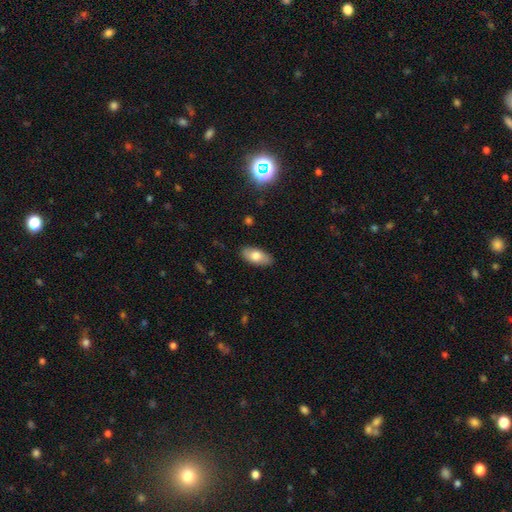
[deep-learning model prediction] Q: Smooth or featured?
A: smooth (77%); runner-up: featured or disk (17%)
Q: How rounded?
A: in between (90%); runner-up: cigar-shaped (7%)
Q: Merging?
A: none (86%); runner-up: minor disturbance (10%)